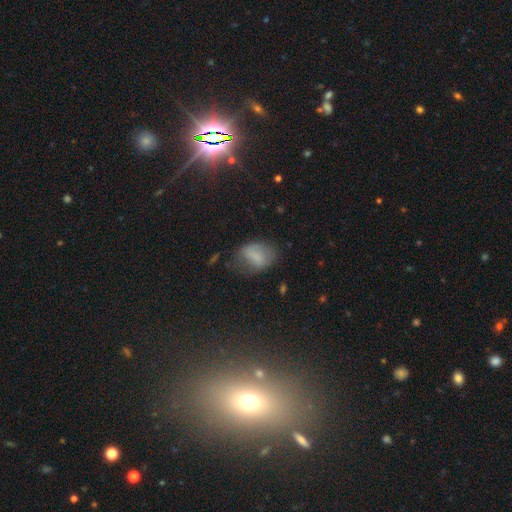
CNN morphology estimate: This is likely a smooth galaxy (69%). How rounded: likely in between (79%). Merging: possibly none (50%).